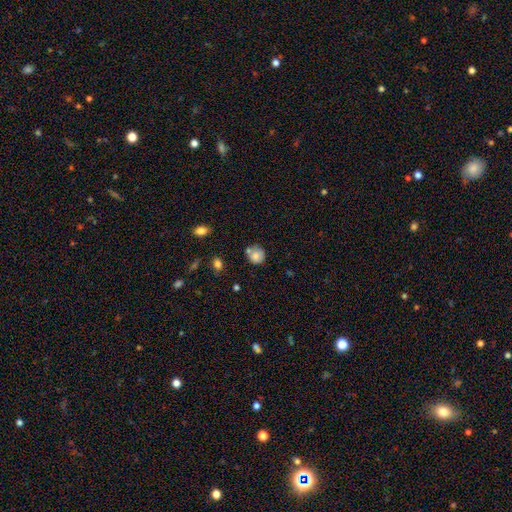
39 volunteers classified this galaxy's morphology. Smooth or featured? 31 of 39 (79%) said smooth. How rounded? 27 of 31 (87%) said round. Merging? 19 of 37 (51%) said none.